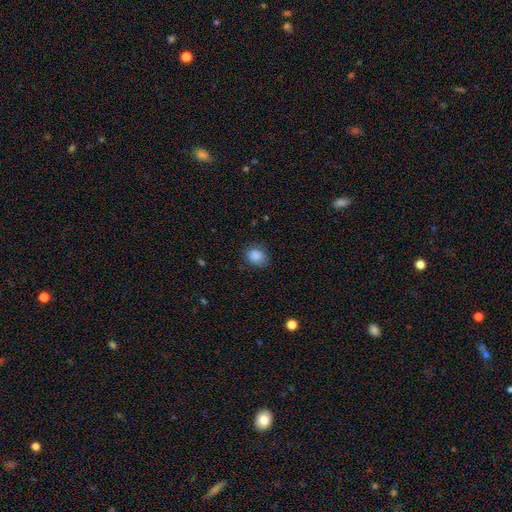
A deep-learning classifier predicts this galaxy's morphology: smooth 87%, star or artifact 9%, featured or disk 4%. Down the decision tree: how rounded — round (51%); merging — none (77%).